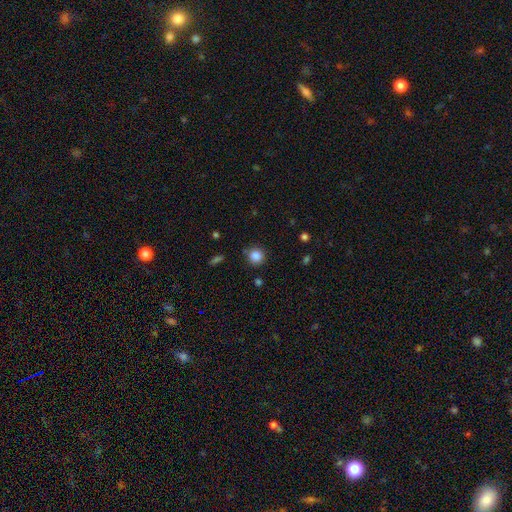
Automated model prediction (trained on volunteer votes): smooth 84%, star or artifact 11%, featured or disk 5%. Down the decision tree: how rounded — round (93%); merging — none (85%).